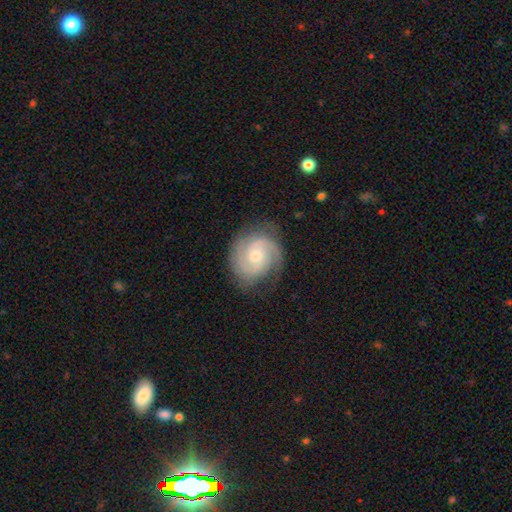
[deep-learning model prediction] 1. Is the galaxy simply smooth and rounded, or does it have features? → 87% featured or disk, 8% smooth, 5% star or artifact.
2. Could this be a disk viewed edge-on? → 98% no, 2% yes.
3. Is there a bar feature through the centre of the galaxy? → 65% no, 30% weak, 5% strong.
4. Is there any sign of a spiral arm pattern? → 97% yes, 3% no.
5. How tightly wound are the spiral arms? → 60% tight, 34% medium, 6% loose.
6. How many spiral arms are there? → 65% 2, 18% 3, 9% can't tell, 3% 1, 3% 4, 2% more than 4.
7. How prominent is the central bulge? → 51% moderate, 46% small, 2% large, 1% none, 1% dominant.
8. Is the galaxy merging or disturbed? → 80% none, 14% minor disturbance, 4% major disturbance, 1% merger.